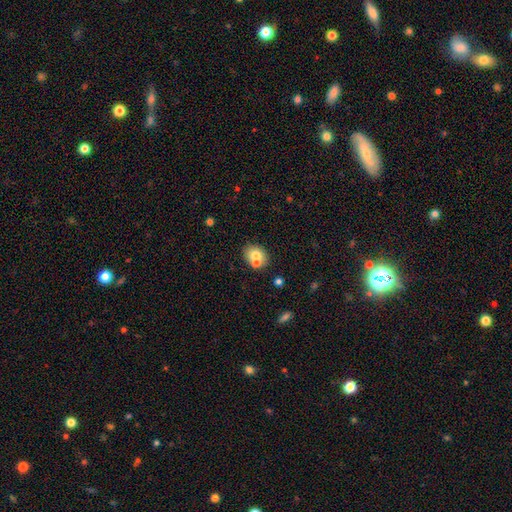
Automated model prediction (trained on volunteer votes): This appears to be a smooth galaxy with no disk features (70%) that is in between round and cigar-shaped (50%). Merging: none (55%).